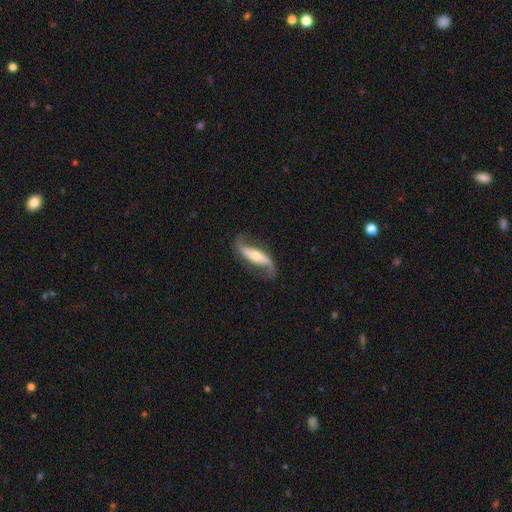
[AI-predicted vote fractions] Q: Smooth or featured?
A: featured or disk (86%); runner-up: smooth (9%)
Q: Edge-on disk?
A: no (86%); runner-up: yes (14%)
Q: Bar?
A: strong (44%); runner-up: no (30%)
Q: Spiral arms?
A: yes (95%); runner-up: no (5%)
Q: Spiral winding?
A: loose (74%); runner-up: medium (19%)
Q: Spiral arm count?
A: 2 (92%); runner-up: 1 (3%)
Q: Bulge size?
A: moderate (51%); runner-up: small (40%)
Q: Merging?
A: none (78%); runner-up: minor disturbance (14%)